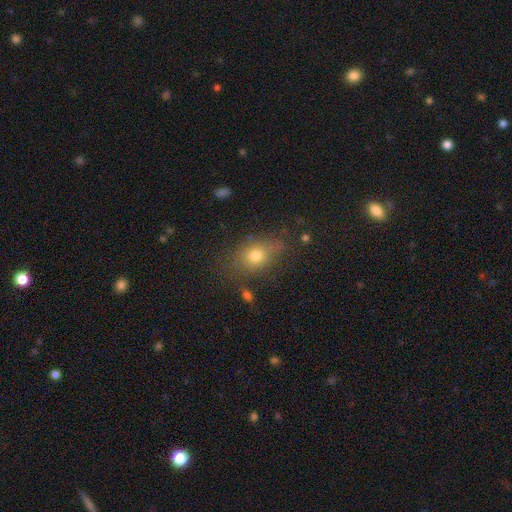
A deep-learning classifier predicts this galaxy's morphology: smooth_or_featured: smooth (p=0.73) [alt: featured or disk p=0.14]
how_rounded: in between (p=0.66) [alt: round p=0.31]
merging: none (p=0.70) [alt: minor disturbance p=0.20]